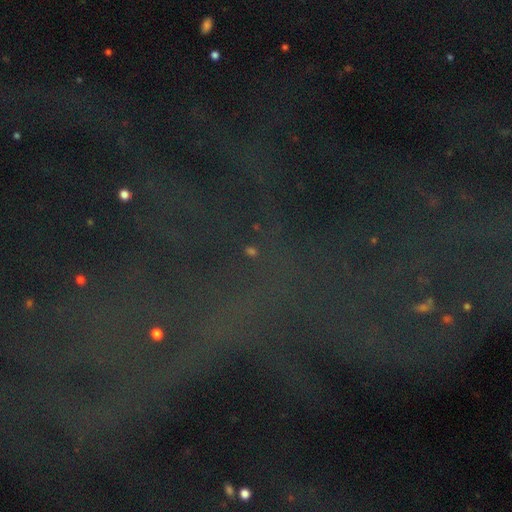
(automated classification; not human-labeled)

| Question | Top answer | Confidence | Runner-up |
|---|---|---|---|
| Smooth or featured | star or artifact | 81% | featured or disk (10%) |